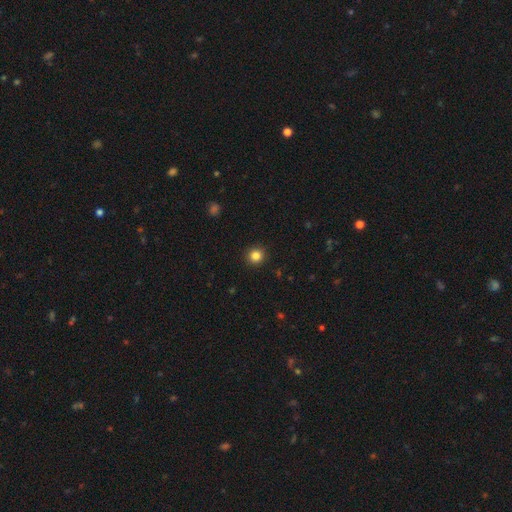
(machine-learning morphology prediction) Smooth or featured? smooth (84%)
How rounded? round (94%)
Merging? none (92%)